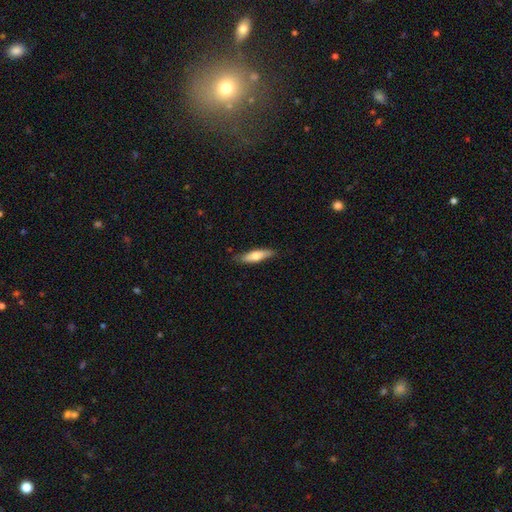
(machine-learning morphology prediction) Smooth or featured? Predicted: smooth (p=0.65). How rounded? Predicted: cigar-shaped (p=0.67). Merging? Predicted: none (p=0.82).